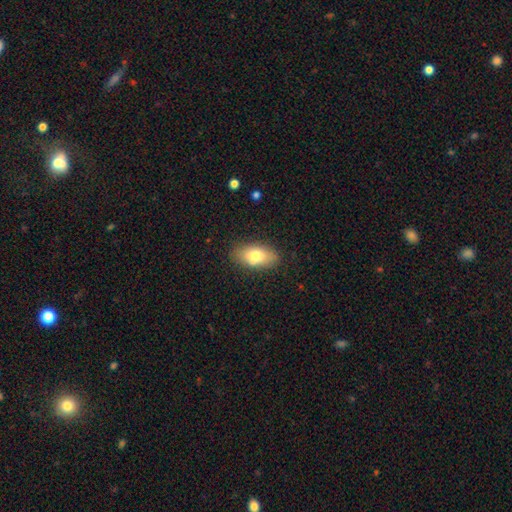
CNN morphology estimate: This appears to be a smooth galaxy with no disk features (74%) that is in between round and cigar-shaped (90%). Merging: none (79%).